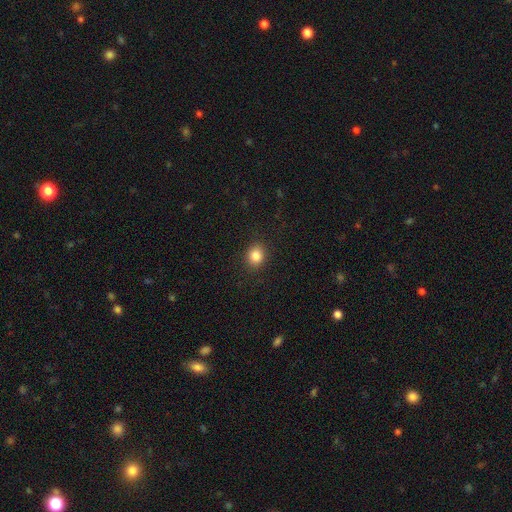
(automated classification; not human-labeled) Smooth or featured: smooth — 84% (star or artifact — 11%)
How rounded: round — 75% (in between — 24%)
Merging: none — 90% (minor disturbance — 7%)